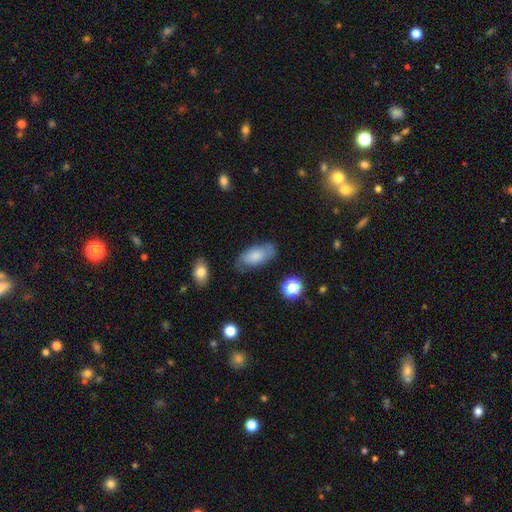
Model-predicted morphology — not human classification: type=smooth (71%); roundness=in between (92%); merging=none (67%).